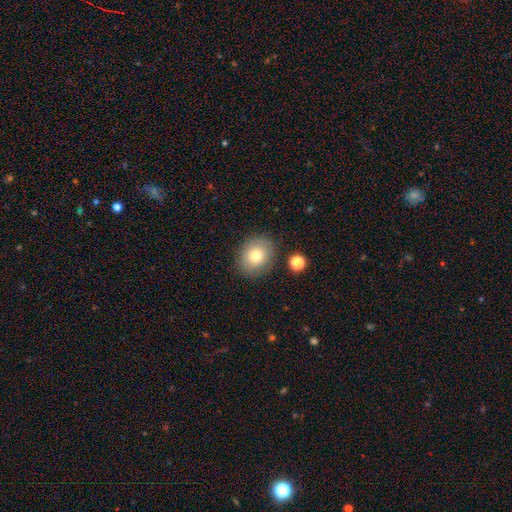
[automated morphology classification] Smooth or featured? Predicted: smooth (p=0.75). How rounded? Predicted: round (p=0.64). Merging? Predicted: none (p=0.82).